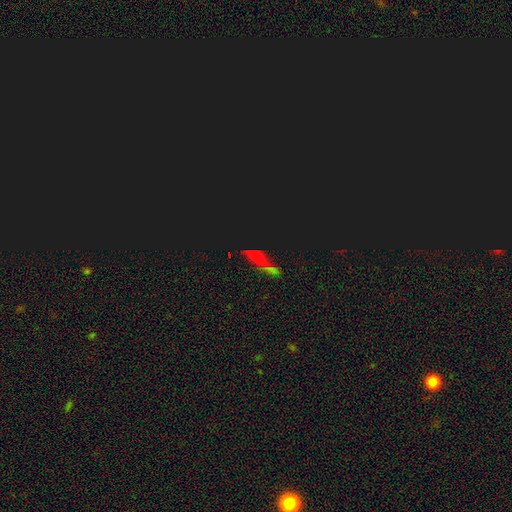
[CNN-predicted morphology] Smooth or featured? Predicted: star or artifact (p=0.64).